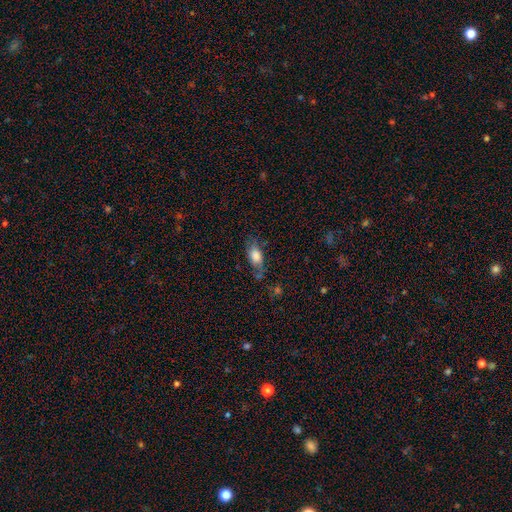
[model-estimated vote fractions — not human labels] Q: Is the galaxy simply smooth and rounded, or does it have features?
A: smooth — 71%.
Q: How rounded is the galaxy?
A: in between — 82%.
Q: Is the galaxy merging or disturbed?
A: none — 56%.